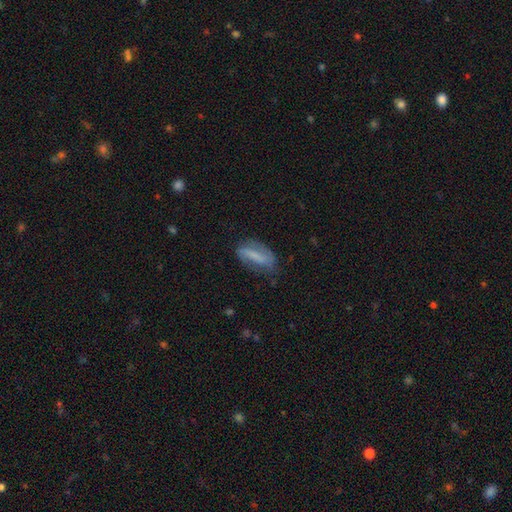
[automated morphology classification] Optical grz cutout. It shows a featured or disk galaxy (47%). Merging: none (66%).